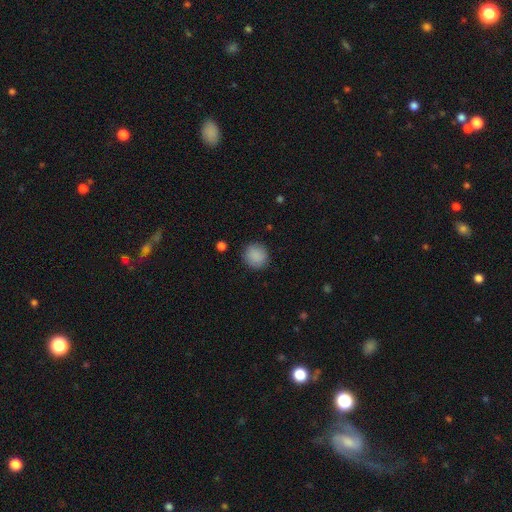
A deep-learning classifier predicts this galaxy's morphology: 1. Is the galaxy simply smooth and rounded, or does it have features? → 89% smooth, 8% star or artifact, 3% featured or disk.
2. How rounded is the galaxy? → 90% round, 9% in between, 1% cigar-shaped.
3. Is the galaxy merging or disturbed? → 89% none, 7% minor disturbance, 2% major disturbance, 1% merger.